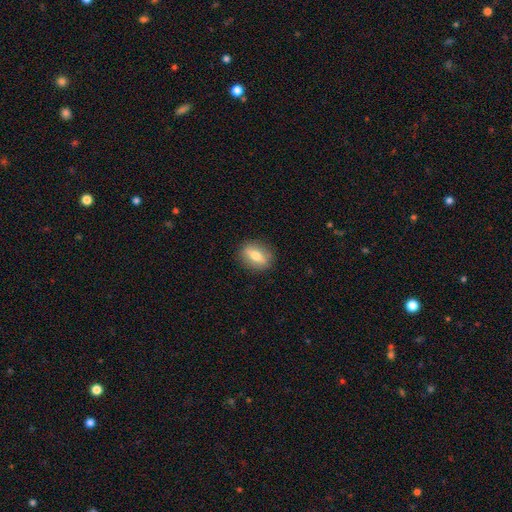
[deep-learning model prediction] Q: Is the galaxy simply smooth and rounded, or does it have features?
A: smooth — 58%.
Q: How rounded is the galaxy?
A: in between — 65%.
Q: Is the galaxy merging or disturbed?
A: none — 87%.